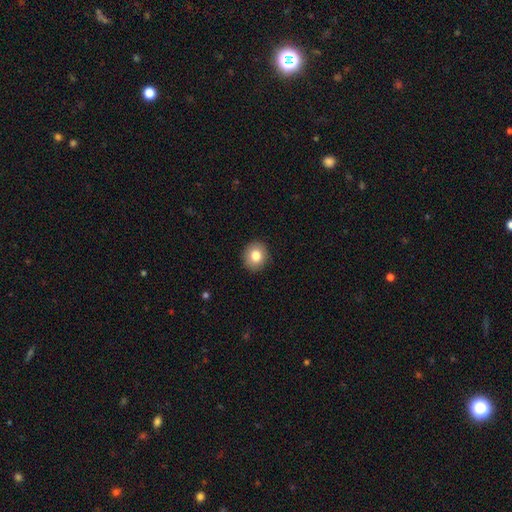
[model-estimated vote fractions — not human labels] This appears to be a smooth galaxy with no disk features (81%) that is round (81%). Merging: none (91%).